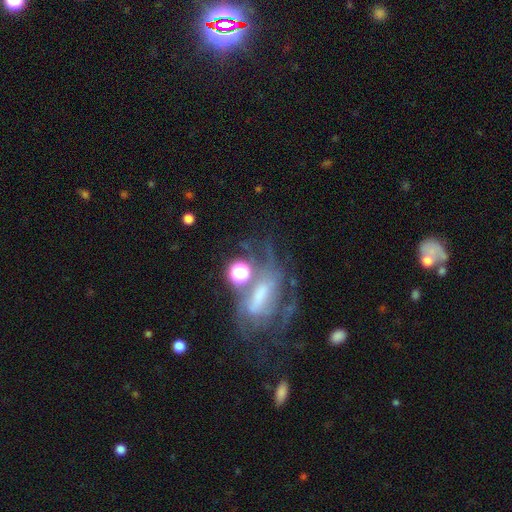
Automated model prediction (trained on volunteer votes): The model was most divided on "merging": none: 45%, major disturbance: 20%, merger: 19%, minor disturbance: 17%. More confident: edge-on disk — no (86%); smooth or featured — featured or disk (55%).